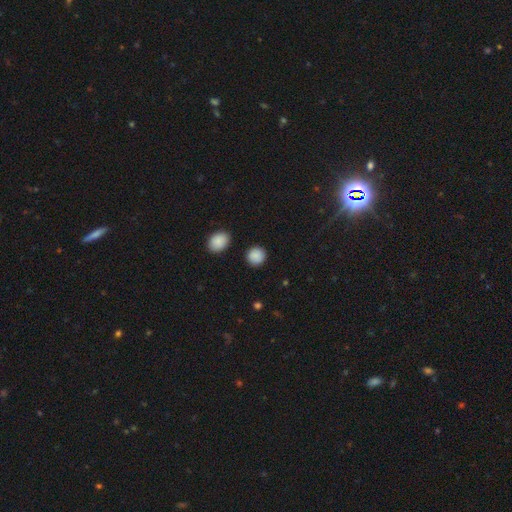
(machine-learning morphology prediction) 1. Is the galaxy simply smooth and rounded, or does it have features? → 88% smooth, 9% star or artifact, 3% featured or disk.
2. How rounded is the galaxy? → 89% round, 10% in between, 1% cigar-shaped.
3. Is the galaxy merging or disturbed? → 88% none, 7% minor disturbance, 2% major disturbance, 2% merger.